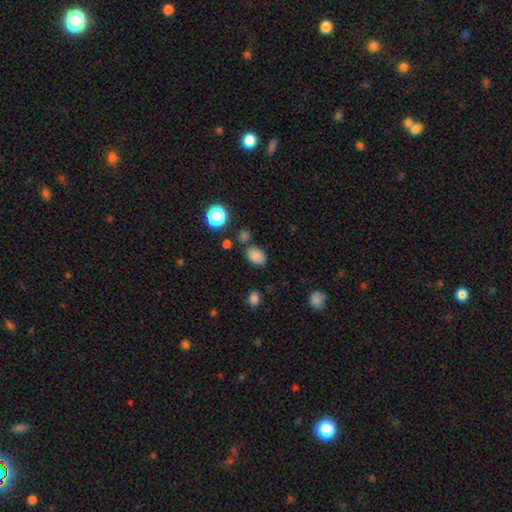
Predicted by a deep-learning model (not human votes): smooth 83%, star or artifact 12%, featured or disk 5%. Down the decision tree: how rounded — in between (78%); merging — none (74%).